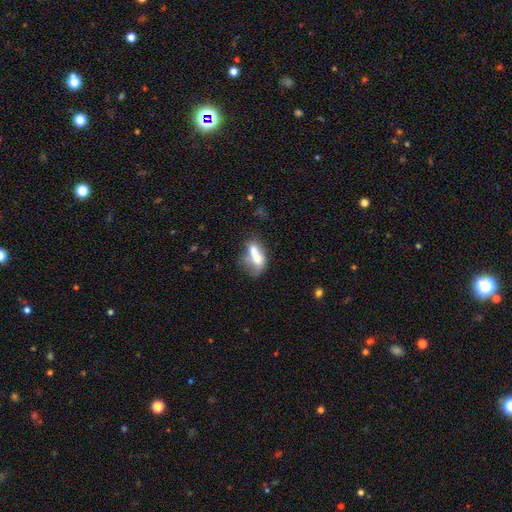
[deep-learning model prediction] Overall: smooth (59%; featured or disk 32%). How rounded: in between (75%). Merging: merger (56%; none 20%).